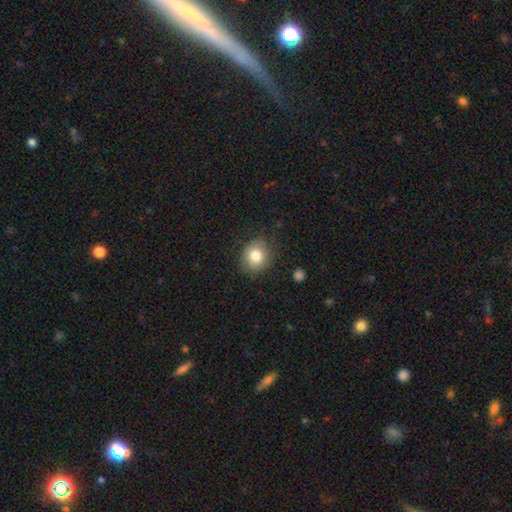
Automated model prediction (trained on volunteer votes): smooth 81%, featured or disk 10%, star or artifact 9%. Down the decision tree: how rounded — round (72%); merging — none (80%).